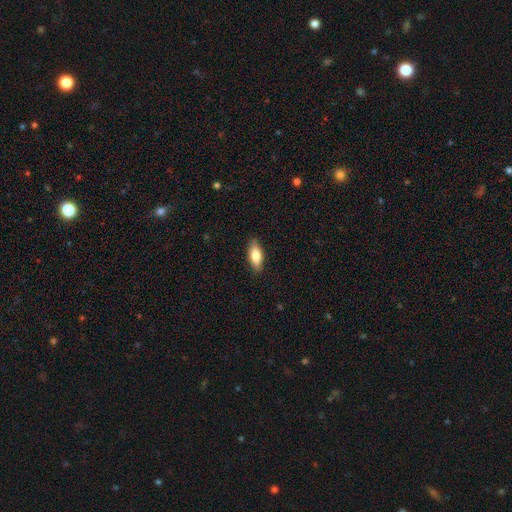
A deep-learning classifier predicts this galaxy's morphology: This is likely a smooth galaxy (78%). How rounded: likely in between (79%). Merging: clearly none (87%).